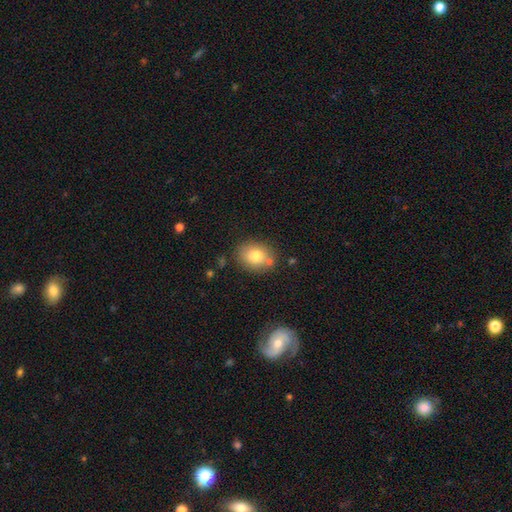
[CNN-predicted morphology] Q: Smooth or featured?
A: smooth (78%); runner-up: featured or disk (12%)
Q: How rounded?
A: in between (50%); runner-up: round (49%)
Q: Merging?
A: none (76%); runner-up: minor disturbance (13%)